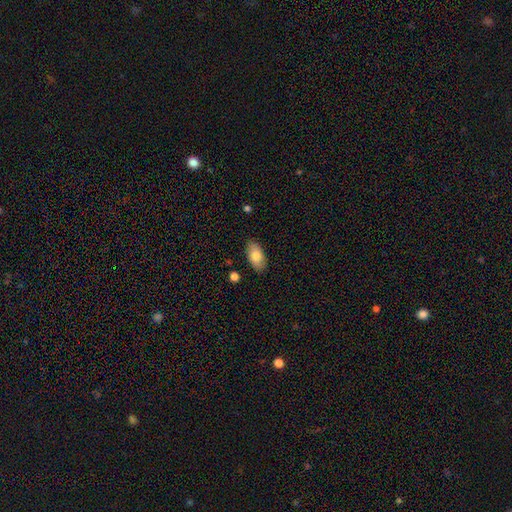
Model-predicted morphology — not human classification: Smooth or featured?
  - smooth: 80% *
  - featured or disk: 13%
  - star or artifact: 7%
How rounded?
  - in between: 93% *
  - cigar-shaped: 4%
  - round: 3%
Merging?
  - none: 86% *
  - minor disturbance: 10%
  - major disturbance: 2%
  - merger: 1%